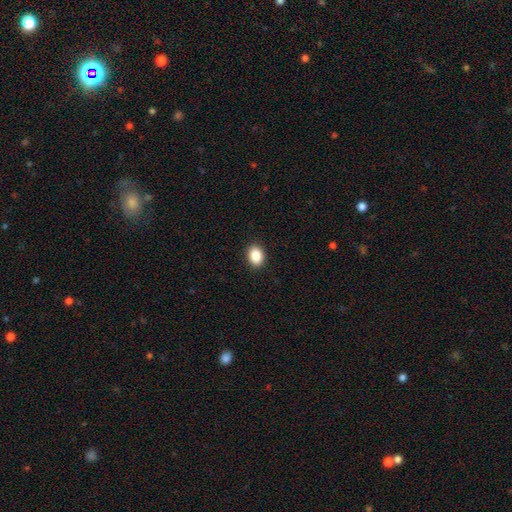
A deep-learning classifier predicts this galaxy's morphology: Smooth or featured?
  - smooth: 88% *
  - star or artifact: 8%
  - featured or disk: 4%
How rounded?
  - in between: 67% *
  - round: 32%
  - cigar-shaped: 1%
Merging?
  - none: 91% *
  - minor disturbance: 7%
  - major disturbance: 2%
  - merger: 1%